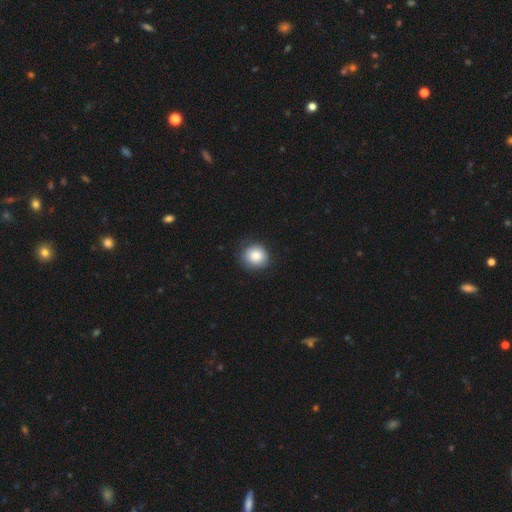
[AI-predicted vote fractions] A smooth galaxy with no disk features (85%) that is round (88%).

Vote fractions:
- Smooth or featured? smooth: 85% / star or artifact: 8% / featured or disk: 7%
- How rounded? round: 88% / in between: 11% / cigar-shaped: 1%
- Merging? none: 83% / minor disturbance: 13% / major disturbance: 3% / merger: 1%